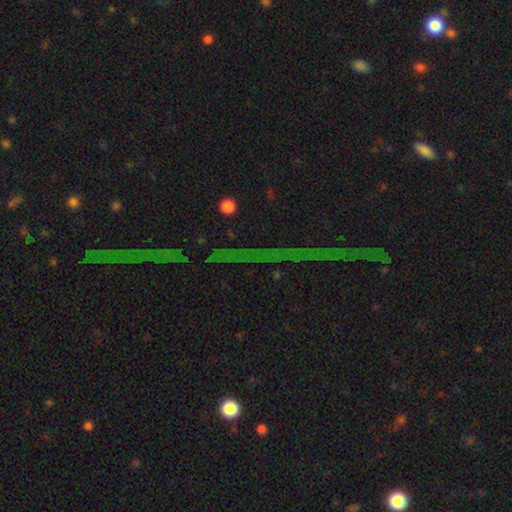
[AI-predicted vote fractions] smooth-or-featured: star or artifact: 77% | featured or disk: 14% | smooth: 9%